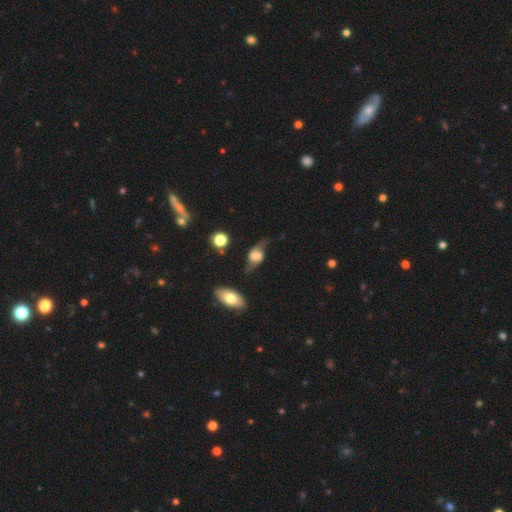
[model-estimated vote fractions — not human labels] smooth-or-featured: featured or disk: 54% | smooth: 37% | star or artifact: 9%
  disk-edge-on: no: 78% | yes: 22%
  merging: none: 47% | minor disturbance: 26% | major disturbance: 22% | merger: 5%